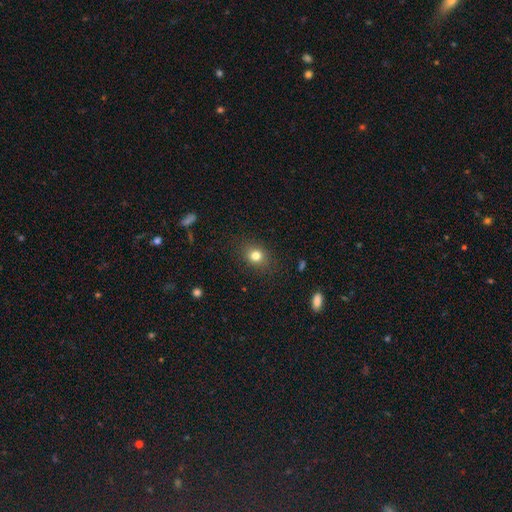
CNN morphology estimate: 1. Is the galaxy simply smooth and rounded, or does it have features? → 80% smooth, 13% star or artifact, 8% featured or disk.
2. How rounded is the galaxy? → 63% round, 36% in between, 1% cigar-shaped.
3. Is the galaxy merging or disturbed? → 86% none, 10% minor disturbance, 3% major disturbance, 1% merger.